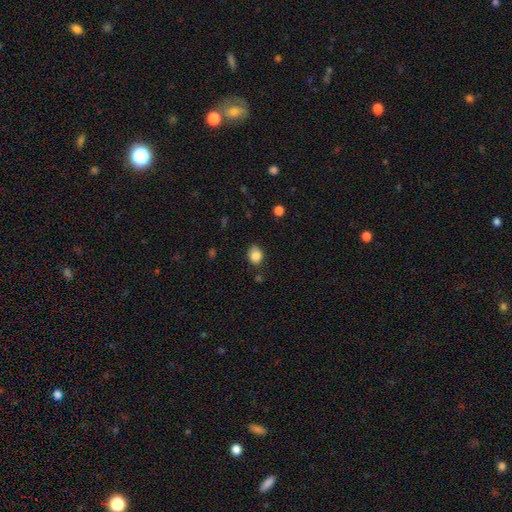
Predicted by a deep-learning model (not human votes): The model was most divided on "how rounded": in between: 50%, round: 49%, cigar-shaped: 1%. More confident: smooth or featured — smooth (85%); merging — none (70%).